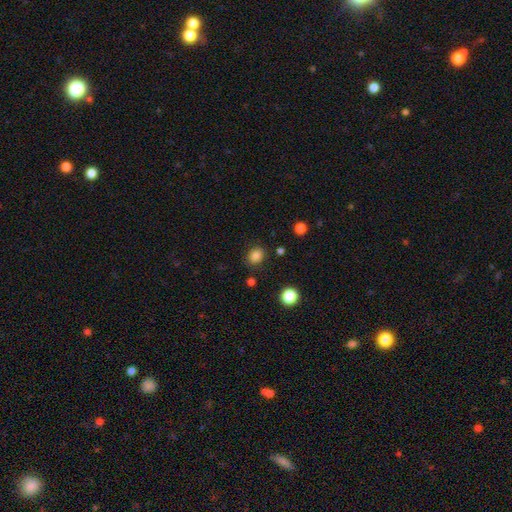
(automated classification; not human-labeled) A smooth galaxy with no disk features (84%) that is round (61%). Merging: none (85%).